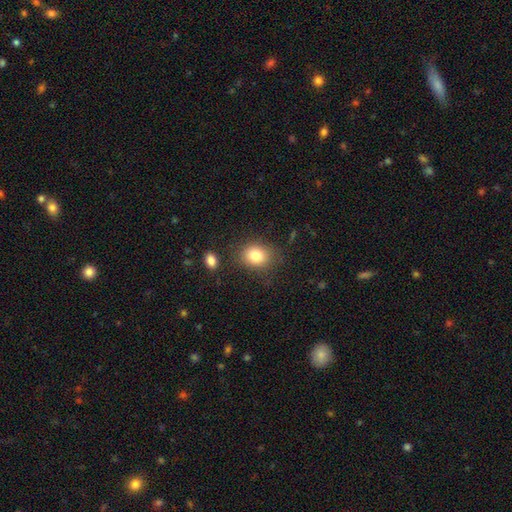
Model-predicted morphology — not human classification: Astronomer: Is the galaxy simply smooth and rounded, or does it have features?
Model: smooth — 81%.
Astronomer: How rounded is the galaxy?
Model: round — 54% (runner-up: in between, 45%).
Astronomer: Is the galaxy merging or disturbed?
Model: none — 78%.